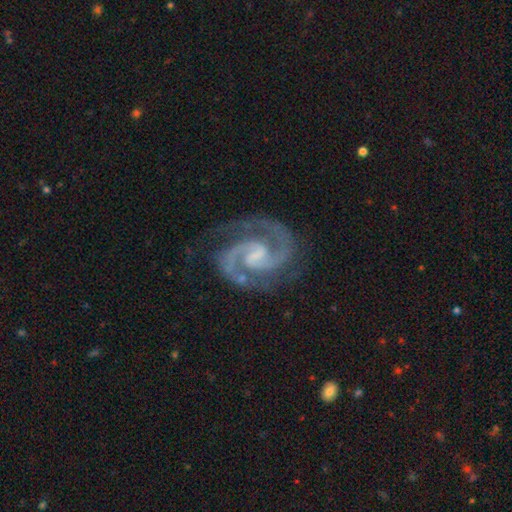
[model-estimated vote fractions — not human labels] Overall: featured or disk (95%). Edge-on disk: no (99%). Bar: weak (53%; no 27%). Spiral arms: yes (99%). Spiral arm count: 2 (94%). Spiral winding: medium (61%; tight 33%). Bulge size: small (39%; none 34%). Merging: none (79%).